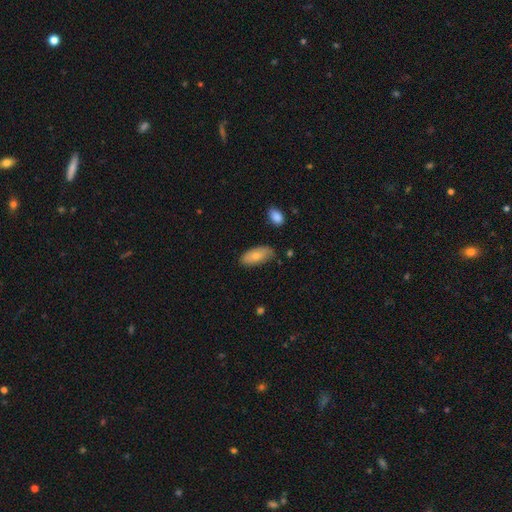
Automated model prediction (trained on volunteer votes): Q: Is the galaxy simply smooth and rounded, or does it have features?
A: smooth — 79%.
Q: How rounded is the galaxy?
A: in between — 89%.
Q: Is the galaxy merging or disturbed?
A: none — 76%.